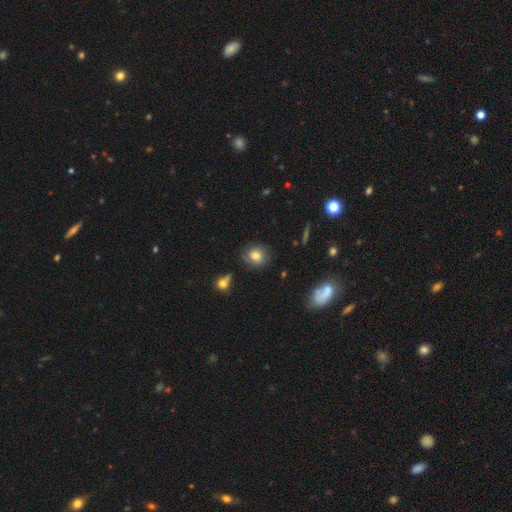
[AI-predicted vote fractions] Smooth or featured? Predicted: smooth (p=0.72). How rounded? Predicted: round (p=0.76). Merging? Predicted: none (p=0.74).